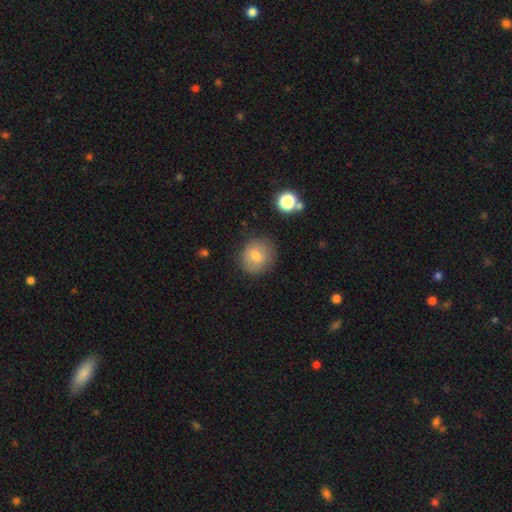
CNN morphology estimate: The model was most divided on "smooth or featured": smooth: 75%, featured or disk: 15%, star or artifact: 10%. More confident: how rounded — round (82%); merging — none (78%).